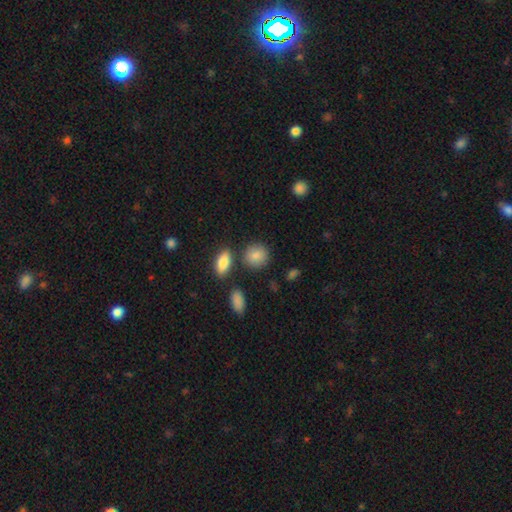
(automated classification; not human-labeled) The model was most divided on "how rounded": round: 77%, in between: 22%, cigar-shaped: 2%. More confident: smooth or featured — smooth (86%); merging — none (81%).